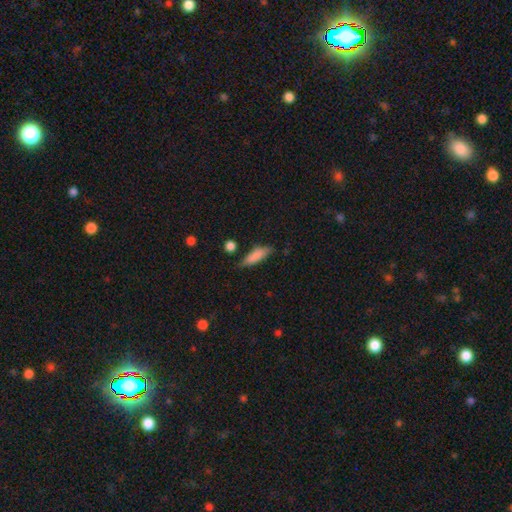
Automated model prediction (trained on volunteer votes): Overall: smooth (83%). How rounded: cigar-shaped (55%; in between 43%). Merging: none (70%).